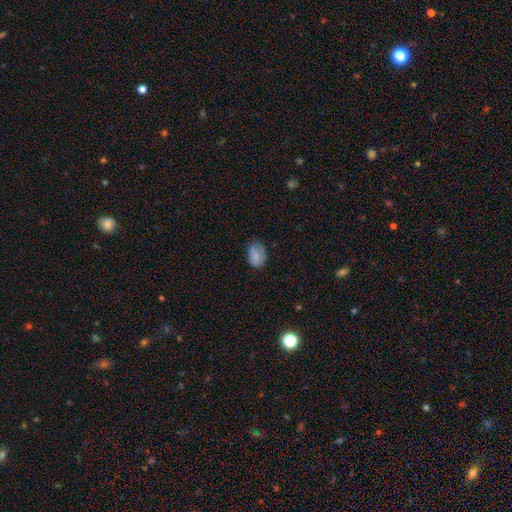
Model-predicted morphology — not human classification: A smooth galaxy with no disk features (83%) that is in between round and cigar-shaped (82%). Merging: none (65%).